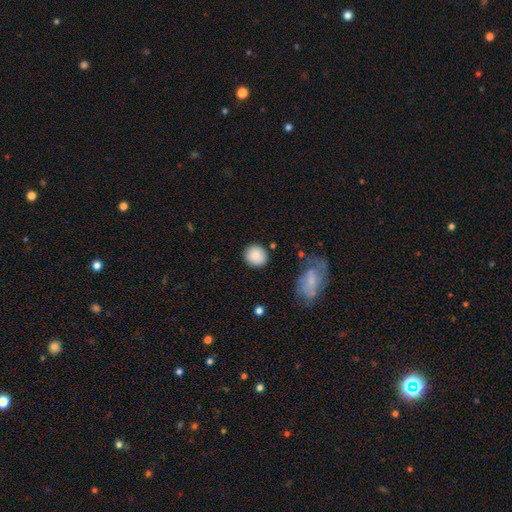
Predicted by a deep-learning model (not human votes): This appears to be a smooth galaxy with no disk features (88%) that is round (86%). Merging: none (85%).